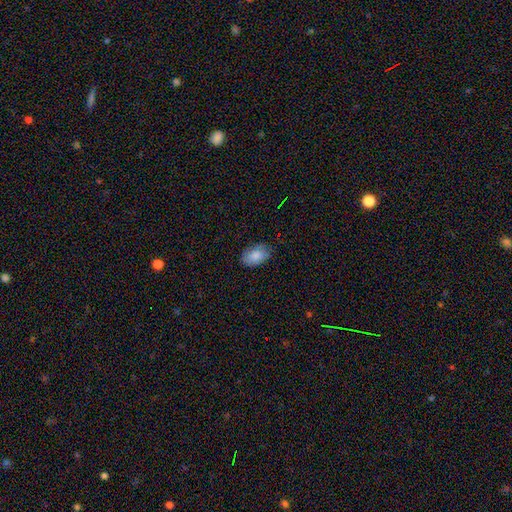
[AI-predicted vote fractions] smooth 84%, featured or disk 10%, star or artifact 7%. Down the decision tree: how rounded — in between (91%); merging — none (79%).